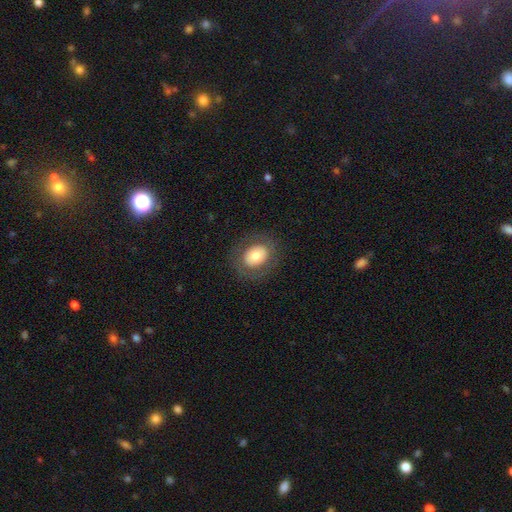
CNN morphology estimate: This appears to be a smooth galaxy with no disk features (67%) that is round (61%). Merging: none (83%).